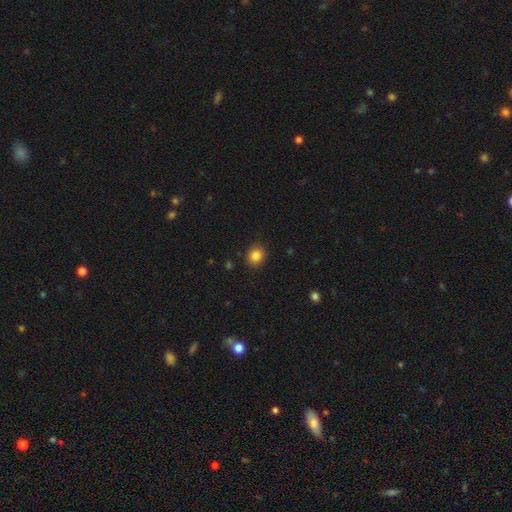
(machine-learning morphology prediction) This is clearly a smooth galaxy (85%). How rounded: likely round (69%). Merging: clearly none (88%).